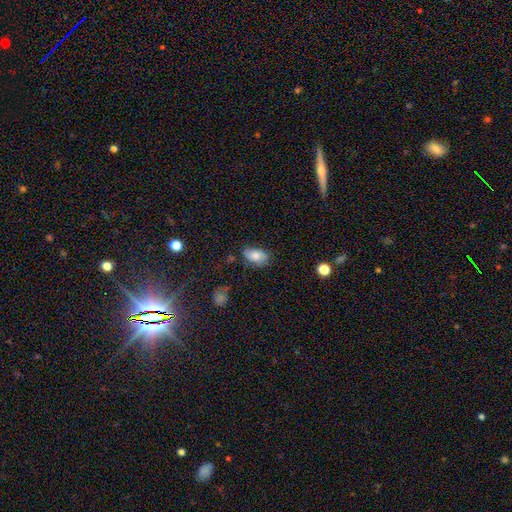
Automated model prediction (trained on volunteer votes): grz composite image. It shows a smooth galaxy with no disk features (76%) that is in between round and cigar-shaped (93%). Merging: none (64%).